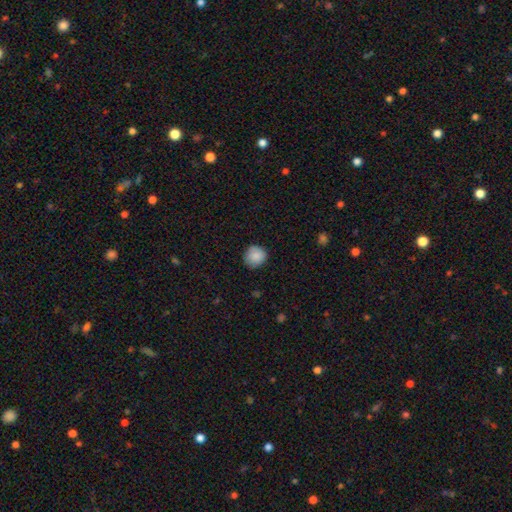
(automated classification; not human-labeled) Morphology: type=smooth (88%); roundness=round (91%); merging=none (85%).